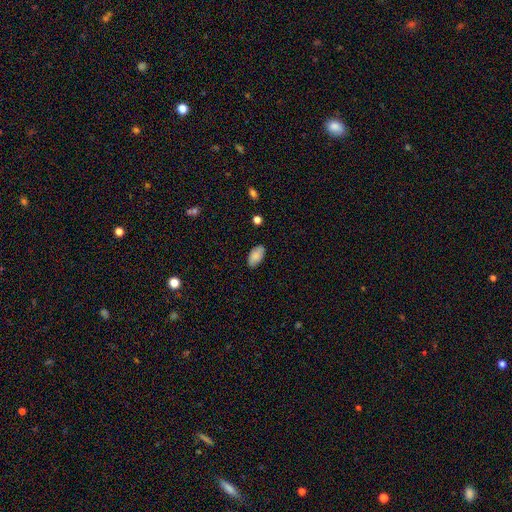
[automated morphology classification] smooth-or-featured: smooth: 84% | featured or disk: 9% | star or artifact: 7%
  how-rounded: in between: 95% | round: 3% | cigar-shaped: 2%
  merging: none: 82% | minor disturbance: 14% | major disturbance: 3% | merger: 1%